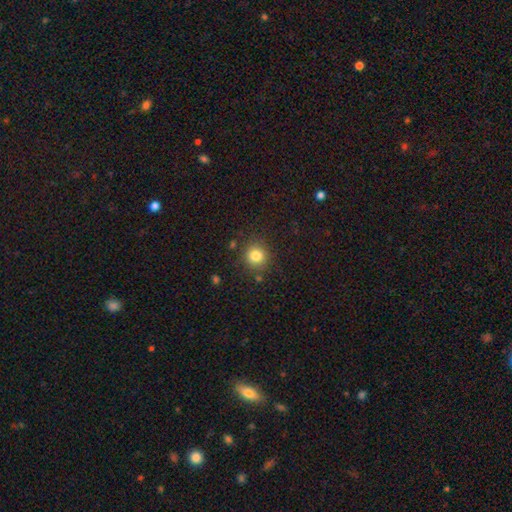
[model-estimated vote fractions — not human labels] The model was most divided on "smooth or featured": smooth: 82%, star or artifact: 12%, featured or disk: 6%. More confident: how rounded — round (91%); merging — none (85%).